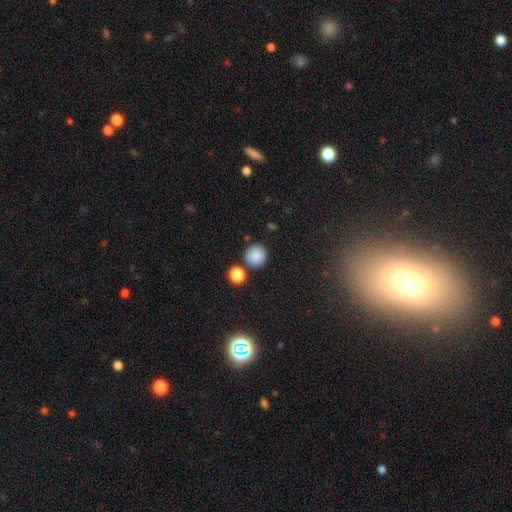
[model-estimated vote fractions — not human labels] smooth-or-featured: smooth: 86% | star or artifact: 9% | featured or disk: 5%
  how-rounded: round: 93% | in between: 6% | cigar-shaped: 1%
  merging: none: 81% | minor disturbance: 9% | merger: 8% | major disturbance: 3%